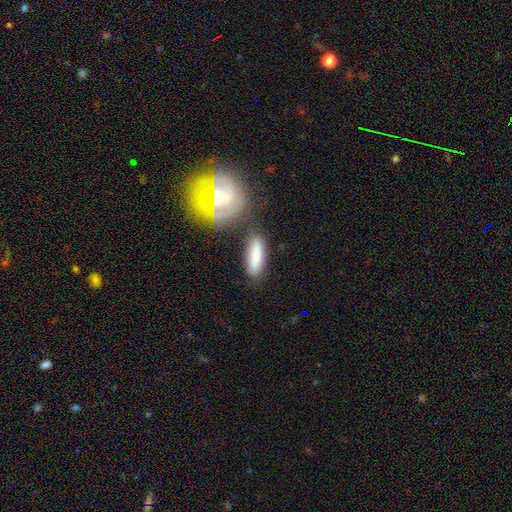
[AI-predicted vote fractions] Overall: smooth (80%). How rounded: in between (55%; cigar-shaped 42%). Merging: none (70%).